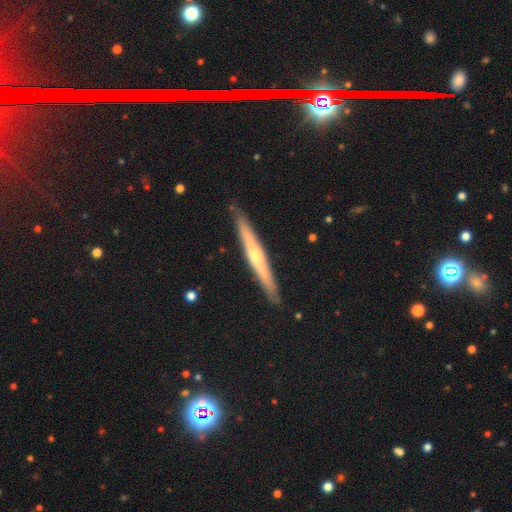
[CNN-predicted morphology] type=featured or disk (64%); edge-on=yes (95%); edge-on bulge=rounded (70%); merging=none (89%).